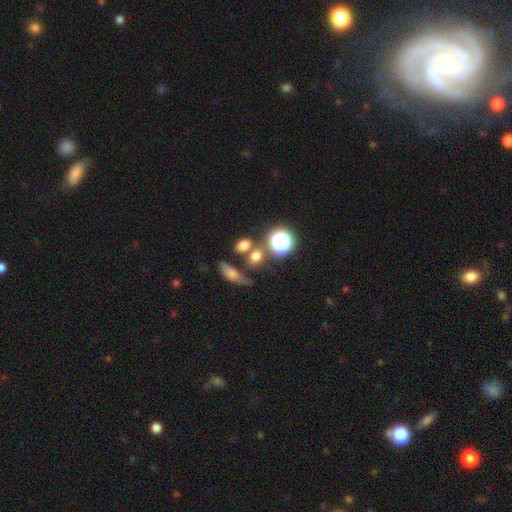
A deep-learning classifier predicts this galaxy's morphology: This appears to be a smooth galaxy with no disk features (68%) that is round (52%). Merging: none (54%).